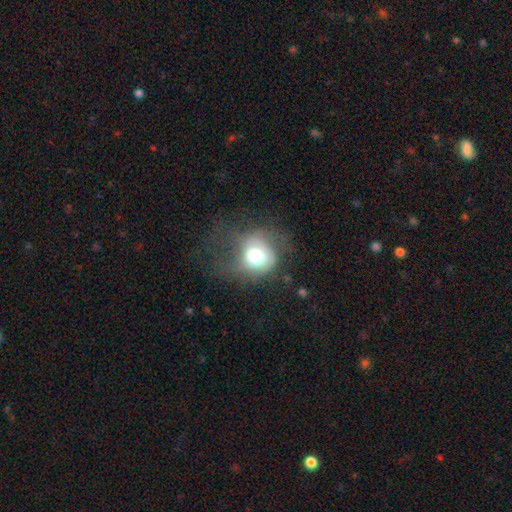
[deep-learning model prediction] Overall: smooth (67%). How rounded: round (74%). Merging: none (40%; major disturbance 33%).